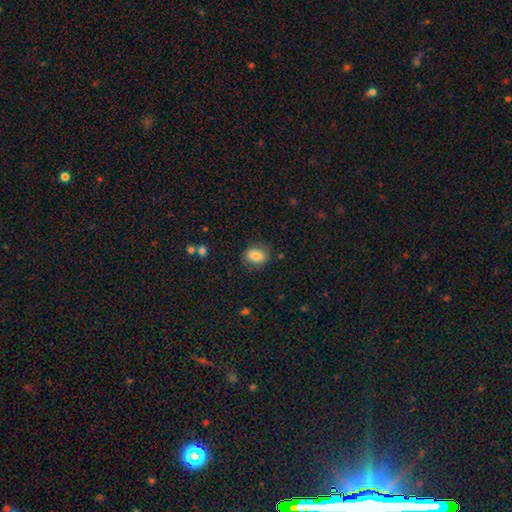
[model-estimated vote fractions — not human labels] Smooth or featured? smooth (83%)
How rounded? in between (66%)
Merging? none (79%)